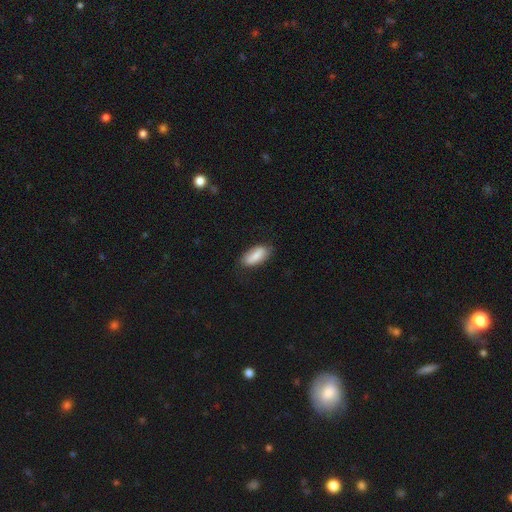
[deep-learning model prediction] Q: Smooth or featured?
A: smooth (81%); runner-up: featured or disk (13%)
Q: How rounded?
A: in between (85%); runner-up: cigar-shaped (13%)
Q: Merging?
A: none (78%); runner-up: minor disturbance (18%)